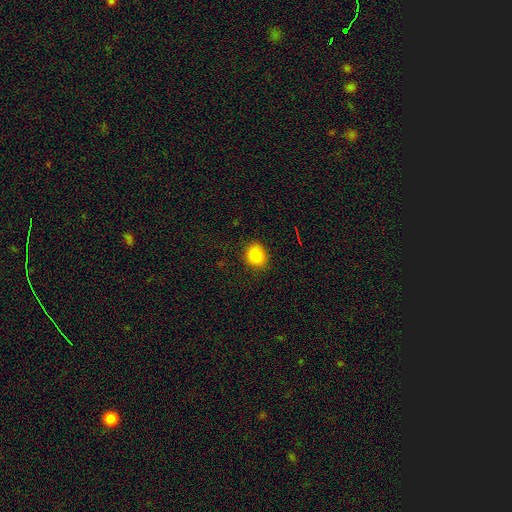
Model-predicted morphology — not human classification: type=smooth (86%); roundness=round (69%); merging=none (85%).